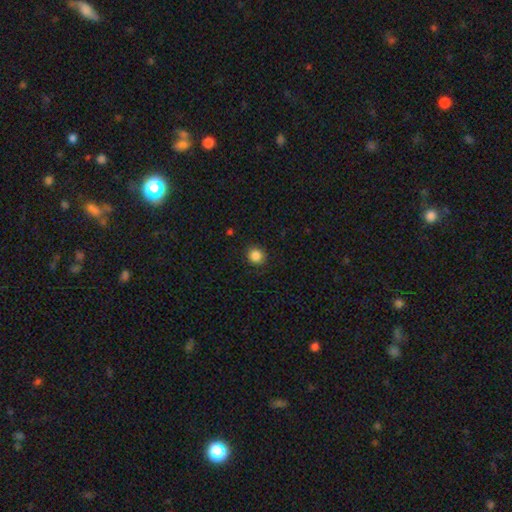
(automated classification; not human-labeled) The model was most divided on "smooth or featured": smooth: 86%, star or artifact: 11%, featured or disk: 3%. More confident: how rounded — round (91%); merging — none (90%).